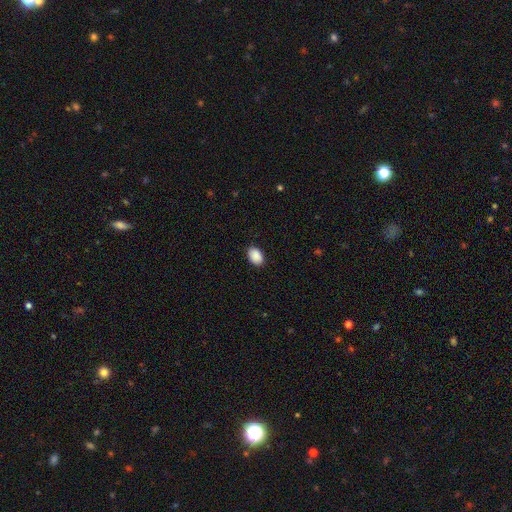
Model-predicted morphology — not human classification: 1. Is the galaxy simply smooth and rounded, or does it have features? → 90% smooth, 7% star or artifact, 2% featured or disk.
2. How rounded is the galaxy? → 84% in between, 15% round, 1% cigar-shaped.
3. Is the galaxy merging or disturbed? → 89% none, 9% minor disturbance, 2% major disturbance, 1% merger.